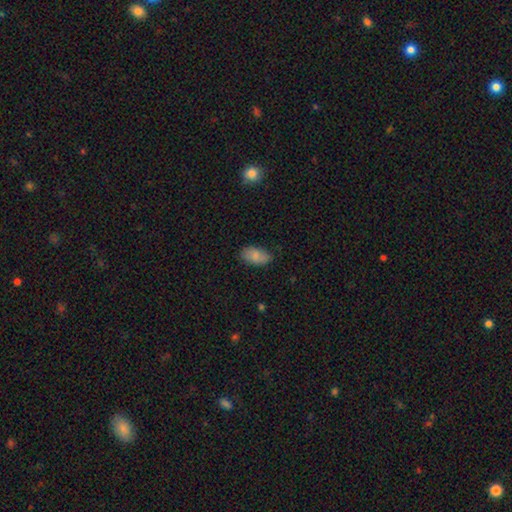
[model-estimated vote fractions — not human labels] This is clearly a smooth galaxy (82%). How rounded: clearly in between (94%). Merging: likely none (76%).